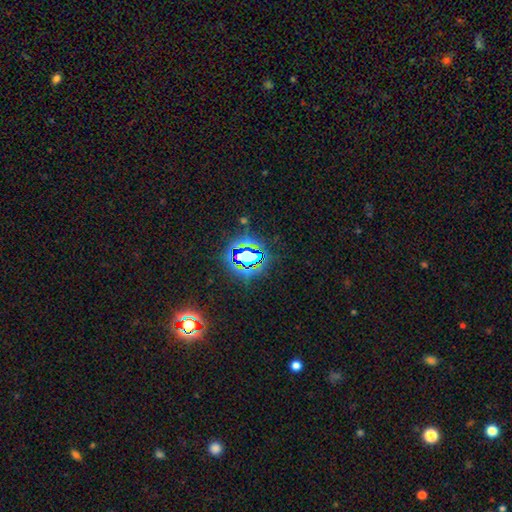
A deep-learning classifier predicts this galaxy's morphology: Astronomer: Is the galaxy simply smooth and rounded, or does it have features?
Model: star or artifact — 77%.